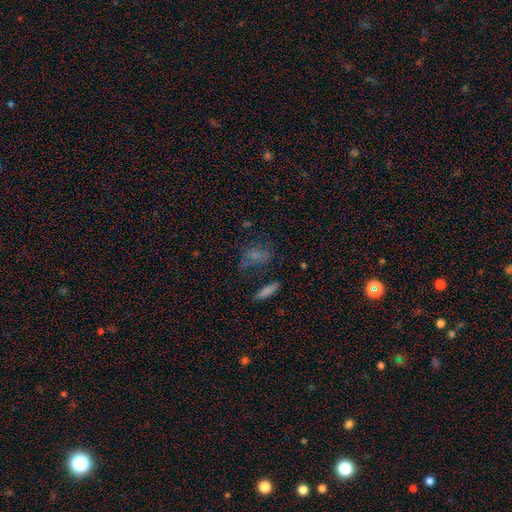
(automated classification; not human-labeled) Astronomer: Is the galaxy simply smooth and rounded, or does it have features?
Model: smooth — 61%.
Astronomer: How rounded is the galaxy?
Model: in between — 71%.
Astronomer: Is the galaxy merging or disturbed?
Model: none — 54%.